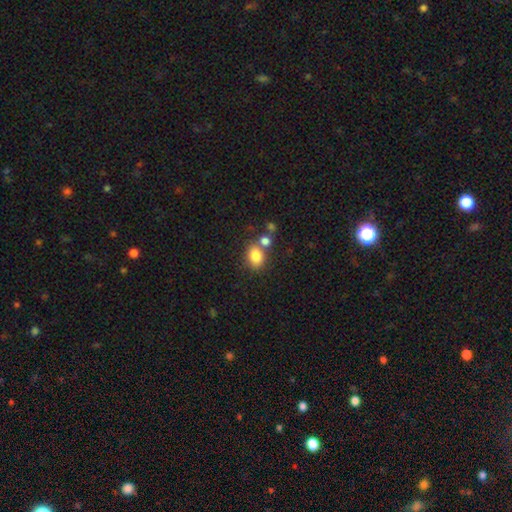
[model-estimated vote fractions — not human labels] Q: Smooth or featured?
A: smooth (82%); runner-up: star or artifact (10%)
Q: How rounded?
A: in between (57%); runner-up: round (42%)
Q: Merging?
A: none (57%); runner-up: merger (26%)